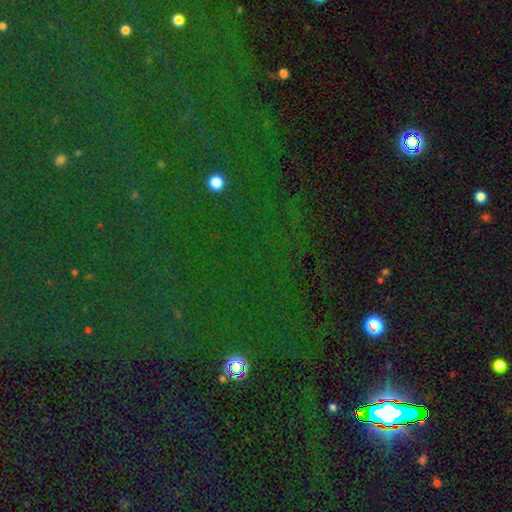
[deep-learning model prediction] Overall: star or artifact (83%).